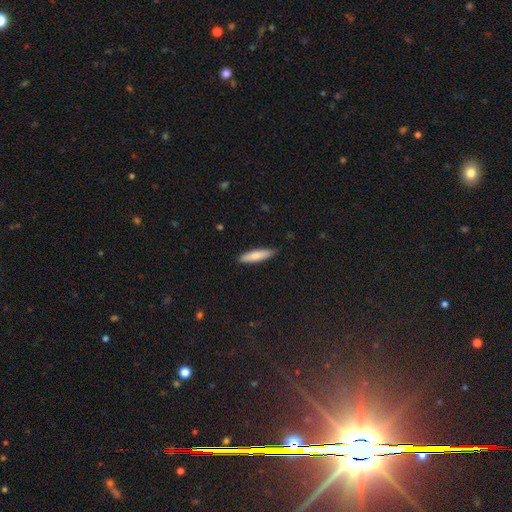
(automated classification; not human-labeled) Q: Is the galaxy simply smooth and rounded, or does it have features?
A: smooth — 77%.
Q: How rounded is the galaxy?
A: cigar-shaped — 78%.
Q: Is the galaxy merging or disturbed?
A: none — 88%.